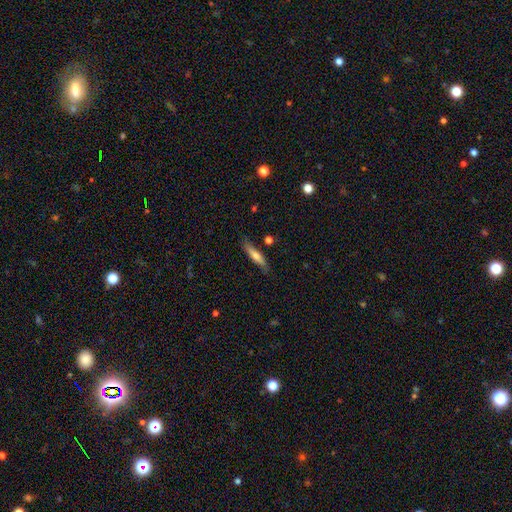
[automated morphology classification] This appears to be a smooth galaxy with no disk features (58%) that is cigar-shaped (85%). Merging: none (81%).